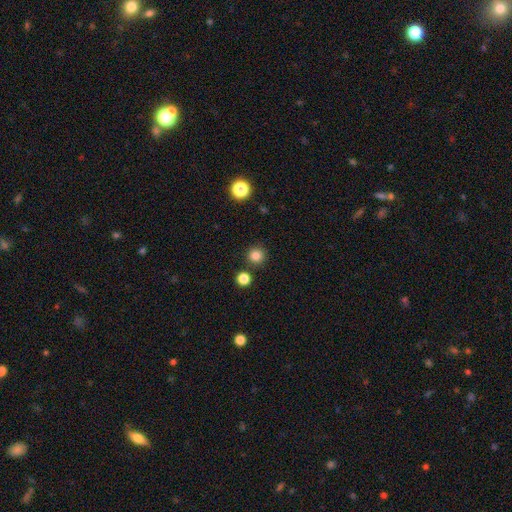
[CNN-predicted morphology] Q: Smooth or featured?
A: smooth (83%); runner-up: star or artifact (13%)
Q: How rounded?
A: round (95%); runner-up: in between (4%)
Q: Merging?
A: none (87%); runner-up: minor disturbance (6%)